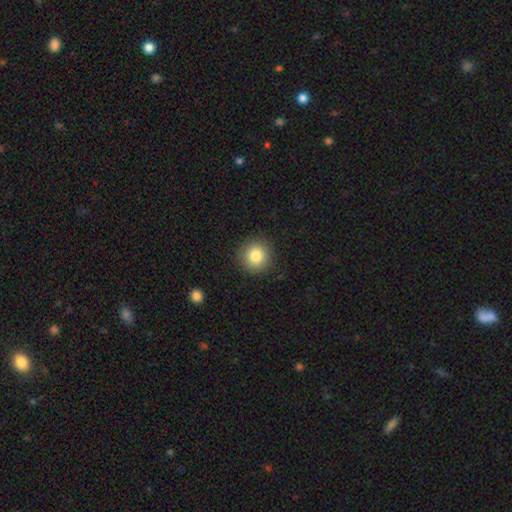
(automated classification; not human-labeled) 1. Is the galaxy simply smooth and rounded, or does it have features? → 82% smooth, 10% star or artifact, 8% featured or disk.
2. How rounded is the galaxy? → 93% round, 6% in between, 1% cigar-shaped.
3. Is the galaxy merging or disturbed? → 90% none, 7% minor disturbance, 2% major disturbance, 1% merger.